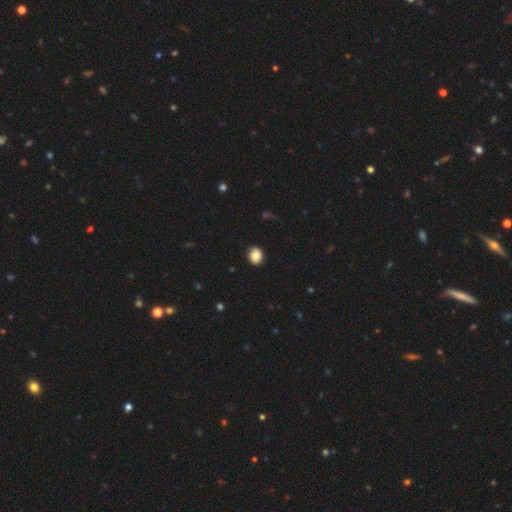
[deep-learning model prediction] smooth-or-featured: smooth: 84% | star or artifact: 9% | featured or disk: 7%
  how-rounded: round: 74% | in between: 25% | cigar-shaped: 1%
  merging: none: 88% | minor disturbance: 9% | major disturbance: 2% | merger: 1%